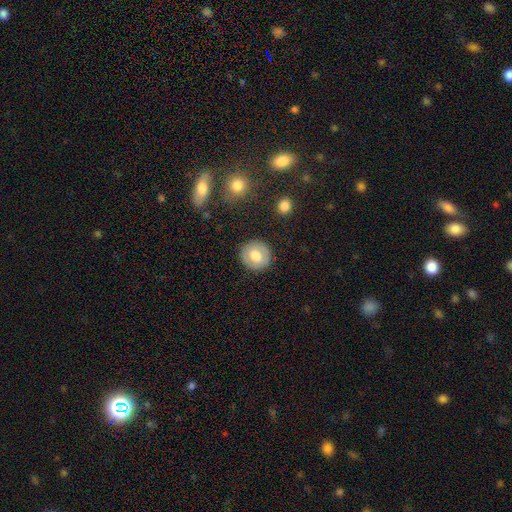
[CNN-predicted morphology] This is likely a smooth galaxy (67%). How rounded: clearly round (88%). Merging: clearly none (88%).